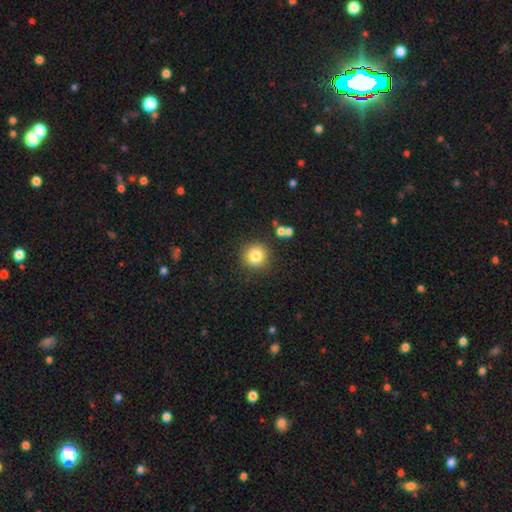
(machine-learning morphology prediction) This is clearly a smooth galaxy (81%). How rounded: clearly round (93%). Merging: clearly none (86%).